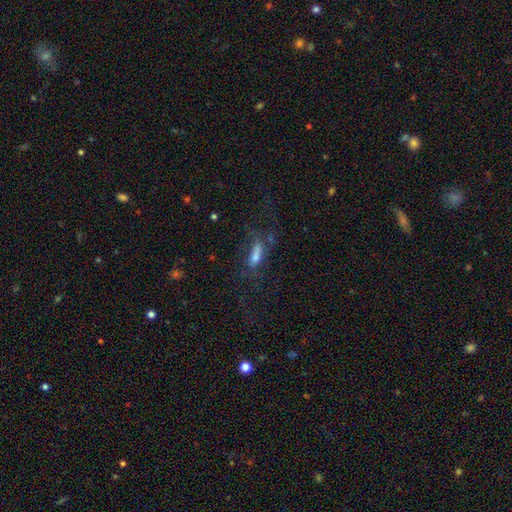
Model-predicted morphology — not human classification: Smooth or featured? smooth (48%)
Merging? none (48%)